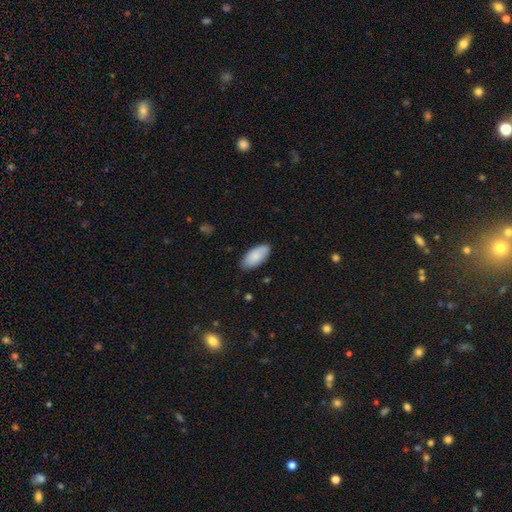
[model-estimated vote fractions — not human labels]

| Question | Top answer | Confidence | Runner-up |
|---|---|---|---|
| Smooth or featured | smooth | 87% | featured or disk (8%) |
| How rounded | in between | 93% | cigar-shaped (6%) |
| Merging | none | 85% | minor disturbance (12%) |